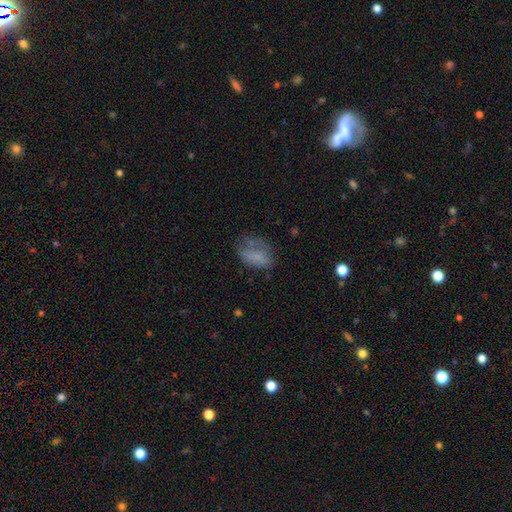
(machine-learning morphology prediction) This appears to be a smooth galaxy with no disk features (65%) that is in between round and cigar-shaped (85%). Merging: none (40%).